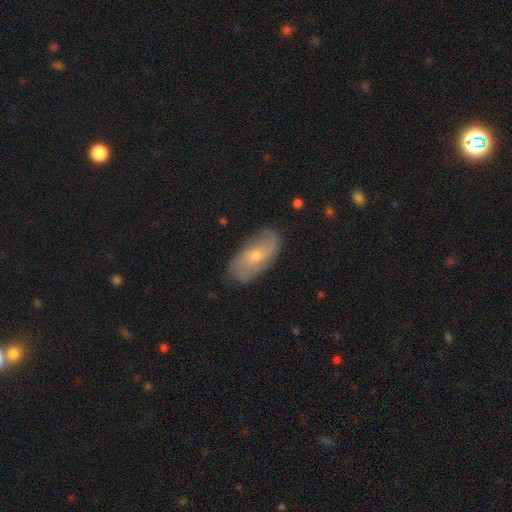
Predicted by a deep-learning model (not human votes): The model was most divided on "bulge size": small: 54%, moderate: 42%, large: 1%, none: 1%, dominant: 1%. More confident: edge-on disk — no (90%); spiral arms — yes (81%); merging — none (78%); bar — no (73%); smooth or featured — featured or disk (61%).